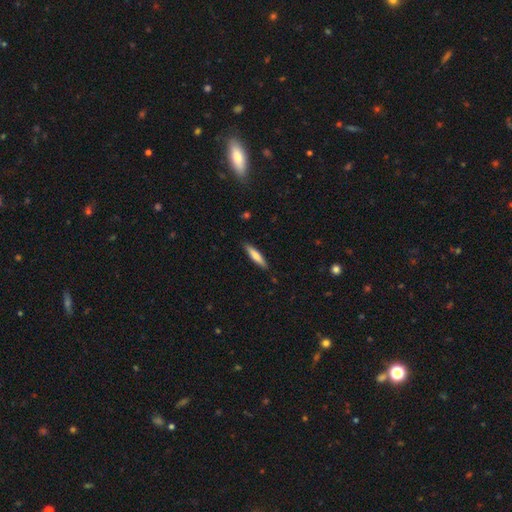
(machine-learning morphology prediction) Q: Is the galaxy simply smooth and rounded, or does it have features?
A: smooth — 67%.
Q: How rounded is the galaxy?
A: cigar-shaped — 82%.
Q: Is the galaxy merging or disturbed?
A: none — 89%.